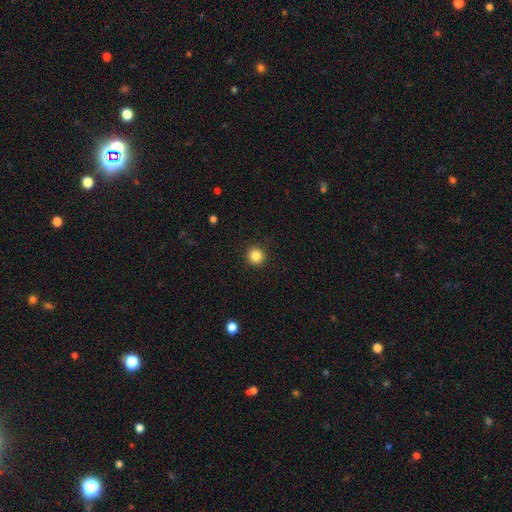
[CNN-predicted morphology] A smooth galaxy with no disk features (85%) that is round (95%).

Vote fractions:
- Smooth or featured? smooth: 85% / star or artifact: 11% / featured or disk: 4%
- How rounded? round: 95% / in between: 4% / cigar-shaped: 1%
- Merging? none: 92% / minor disturbance: 5% / major disturbance: 2% / merger: 1%